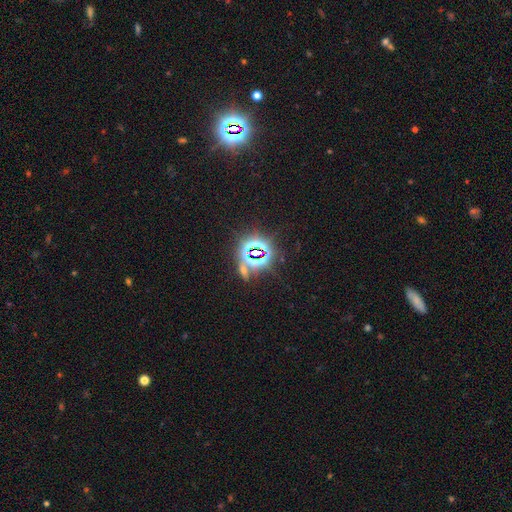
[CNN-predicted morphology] type=star or artifact (81%).